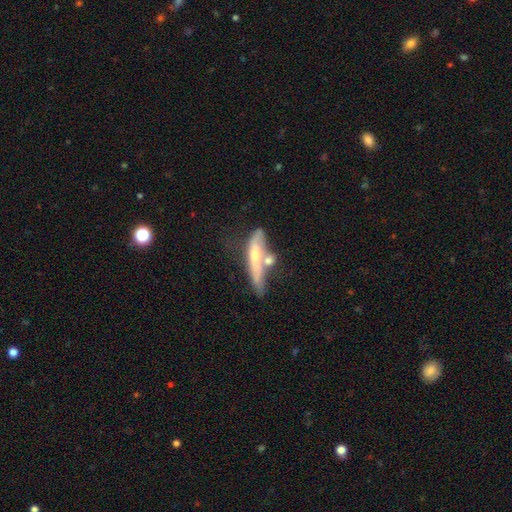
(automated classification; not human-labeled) The model was most divided on "smooth or featured": featured or disk: 48%, smooth: 45%, star or artifact: 7%. Remaining: merging — merger (36%).